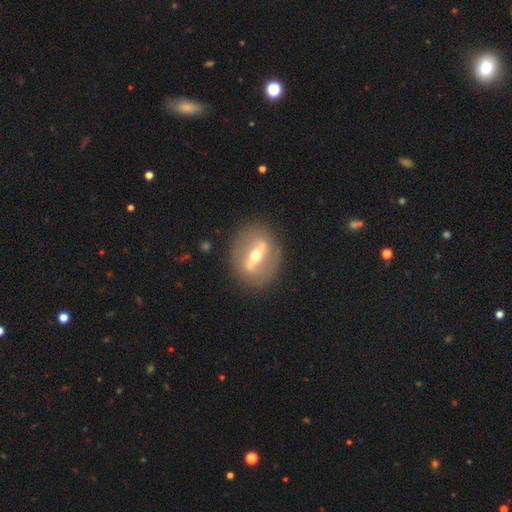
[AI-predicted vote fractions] A featured or disk galaxy (78%) with a strong bar (75%), no spiral arms (64%) and a moderate central bulge (69%).

Vote fractions:
- Smooth or featured? featured or disk: 78% / smooth: 16% / star or artifact: 6%
- Edge-on disk? no: 78% / yes: 22%
- Bar? strong: 75% / weak: 18% / no: 7%
- Spiral arms? no: 64% / yes: 36%
- Bulge size? moderate: 69% / small: 24% / large: 5% / dominant: 1% / none: 1%
- Merging? none: 85% / minor disturbance: 10% / major disturbance: 4% / merger: 1%